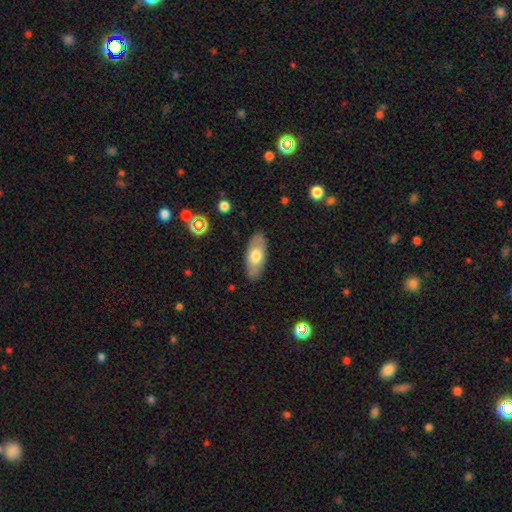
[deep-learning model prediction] This is likely a smooth galaxy (62%). How rounded: clearly in between (87%). Merging: clearly none (86%).